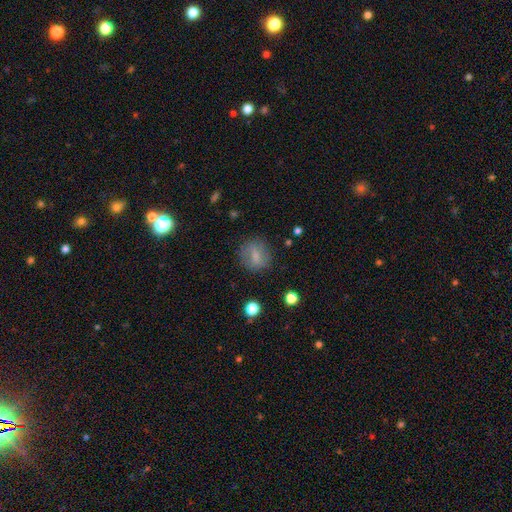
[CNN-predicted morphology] Overall: smooth (70%). How rounded: round (71%). Merging: none (80%).